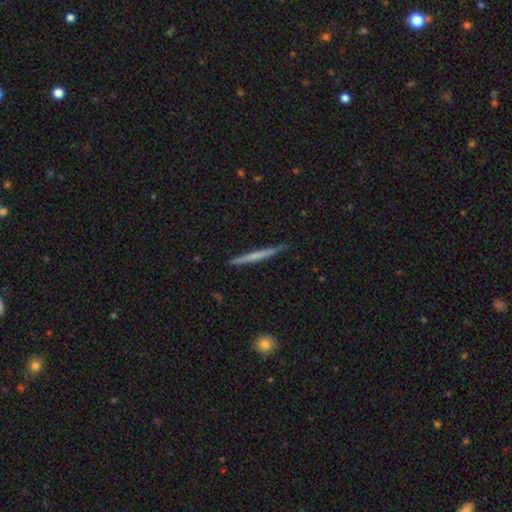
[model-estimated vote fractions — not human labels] smooth-or-featured: featured or disk: 48% | smooth: 47% | star or artifact: 5%
  merging: none: 90% | minor disturbance: 8% | major disturbance: 1% | merger: 1%